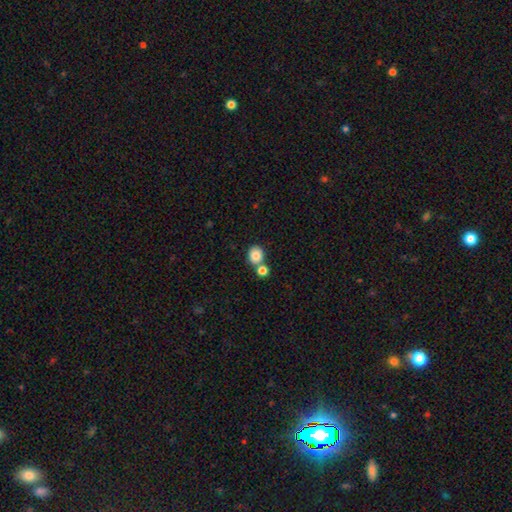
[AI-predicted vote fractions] A smooth galaxy with no disk features (83%) that is round (75%). Merging: none (60%).